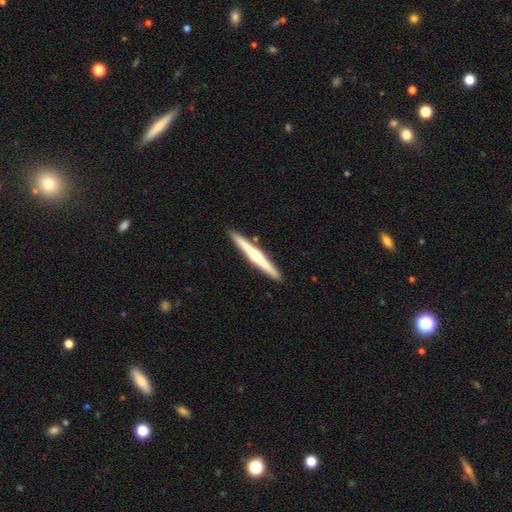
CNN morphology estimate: smooth_or_featured: featured or disk (p=0.68) [alt: smooth p=0.27]
disk_edge_on: yes (p=0.98) [alt: no p=0.02]
edge_on_bulge: rounded (p=0.85) [alt: none p=0.10]
merging: none (p=0.91) [alt: minor disturbance p=0.06]